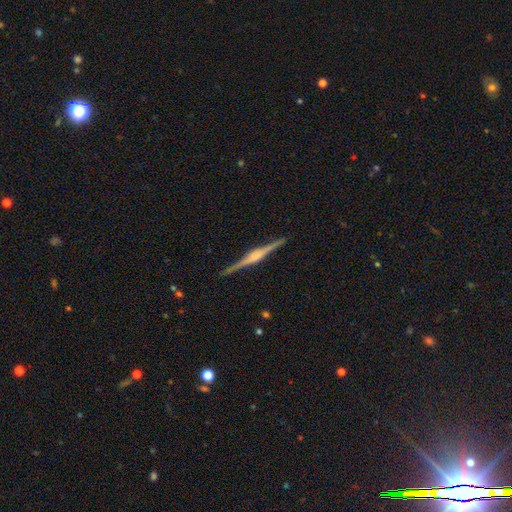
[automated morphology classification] This appears to be a featured or disk galaxy (85%) viewed edge-on (99%) with a rounded central bulge (56%). Merging: none (91%).